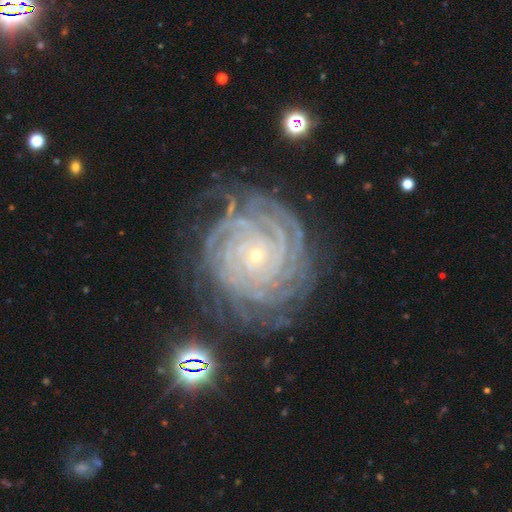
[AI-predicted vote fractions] Overall: featured or disk (91%). Edge-on disk: no (98%). Bar: no (76%). Spiral arms: yes (98%). Spiral arm count: more than 4 (36%; 4 21%). Spiral winding: tight (89%). Bulge size: small (85%). Merging: none (75%).